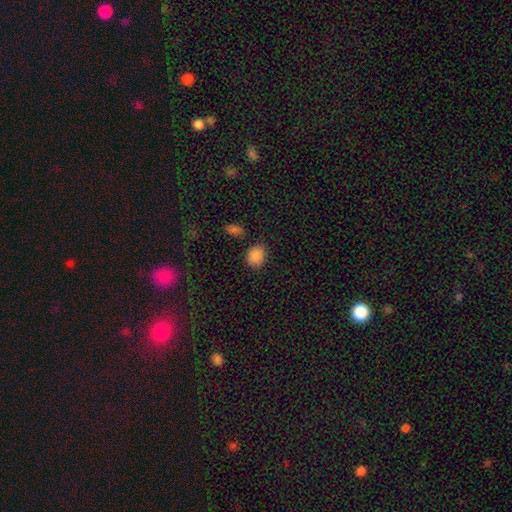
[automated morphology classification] Overall: smooth (86%). How rounded: in between (56%; round 43%). Merging: none (76%).